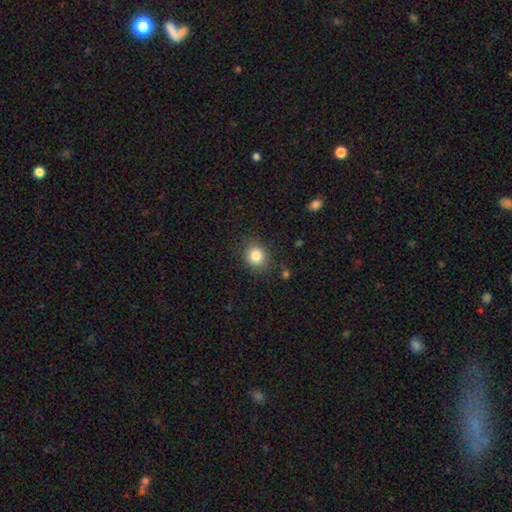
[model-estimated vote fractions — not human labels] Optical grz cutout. It shows a smooth galaxy with no disk features (83%) that is round (73%). Merging: none (83%).